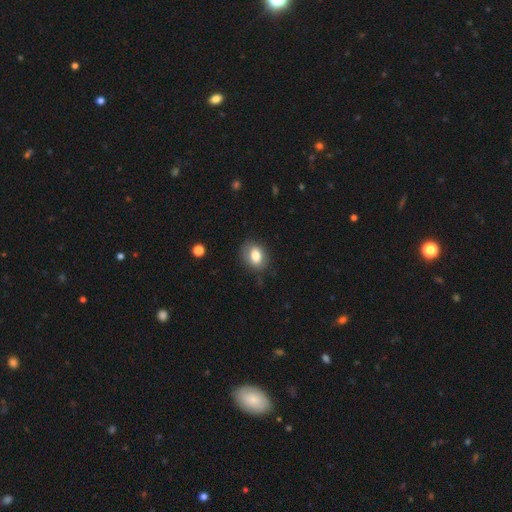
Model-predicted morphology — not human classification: Smooth or featured: smooth — 78% (featured or disk — 13%)
How rounded: in between — 68% (round — 30%)
Merging: none — 77% (minor disturbance — 17%)